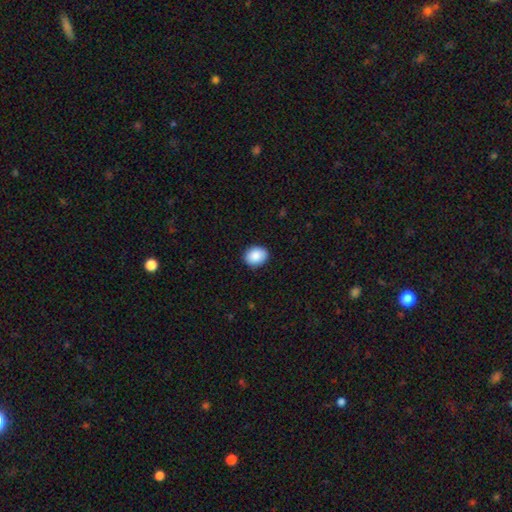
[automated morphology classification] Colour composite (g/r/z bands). It shows a smooth galaxy with no disk features (89%) that is round (55%). Merging: none (89%).